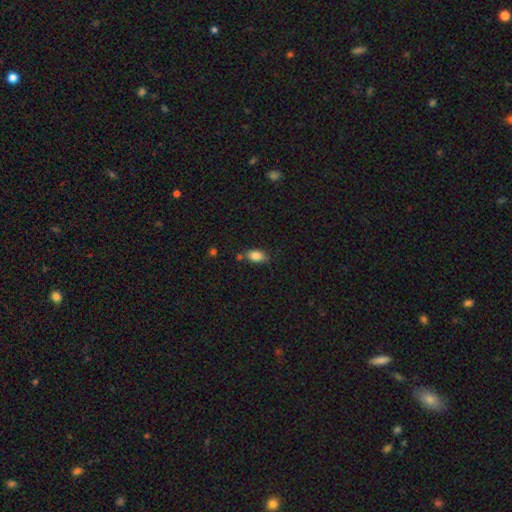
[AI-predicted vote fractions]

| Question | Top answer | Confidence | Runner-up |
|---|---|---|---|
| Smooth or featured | smooth | 85% | star or artifact (8%) |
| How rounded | in between | 90% | round (6%) |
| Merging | none | 69% | minor disturbance (18%) |